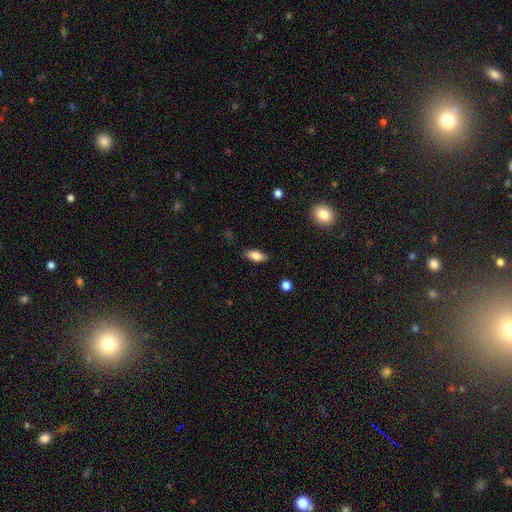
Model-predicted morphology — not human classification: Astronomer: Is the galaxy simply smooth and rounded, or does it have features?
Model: smooth — 80%.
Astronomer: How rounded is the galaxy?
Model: in between — 84%.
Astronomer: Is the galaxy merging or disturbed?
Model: none — 86%.